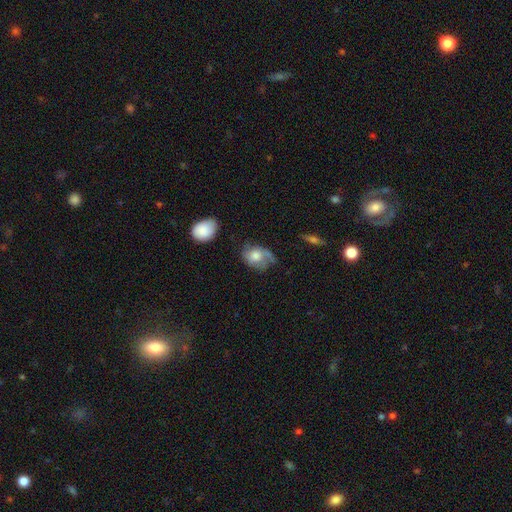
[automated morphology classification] type=smooth (53%); roundness=in between (63%); merging=none (37%).